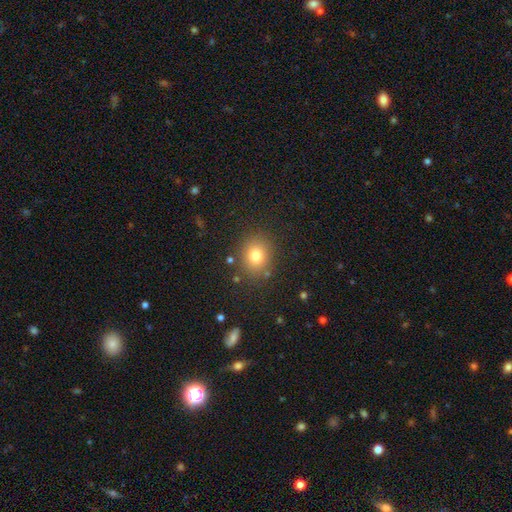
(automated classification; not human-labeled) smooth_or_featured: smooth (p=0.78) [alt: star or artifact p=0.13]
how_rounded: round (p=0.67) [alt: in between p=0.32]
merging: none (p=0.85) [alt: minor disturbance p=0.09]